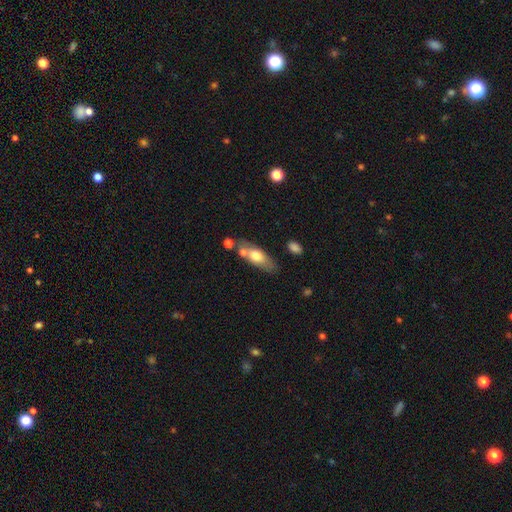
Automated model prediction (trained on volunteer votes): smooth 61%, featured or disk 32%, star or artifact 7%. Down the decision tree: how rounded — in between (68%); merging — none (57%).